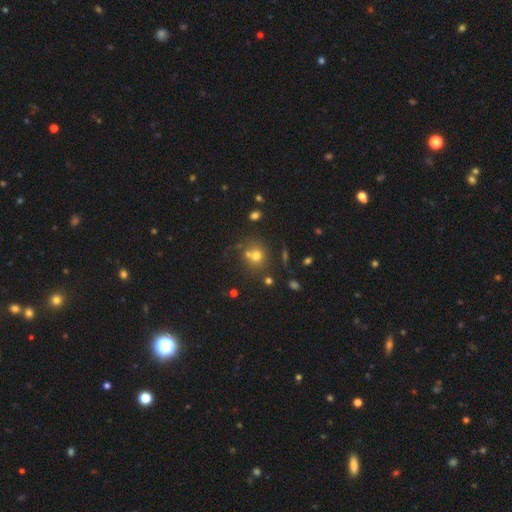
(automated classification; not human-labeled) Overall: smooth (65%). How rounded: round (80%). Merging: none (53%; merger 30%).